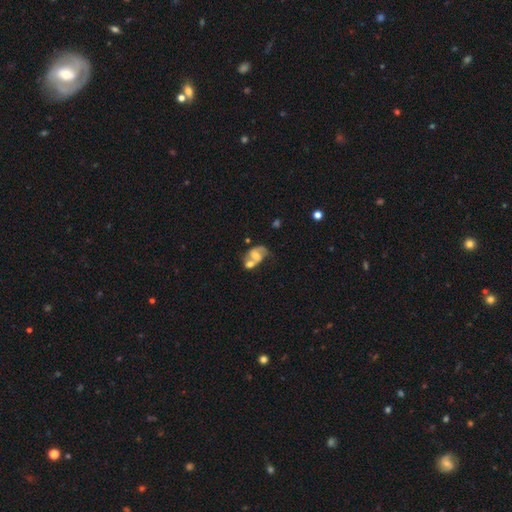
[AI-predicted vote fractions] featured or disk 65%, smooth 26%, star or artifact 8%. Down the decision tree: edge-on disk — no (97%); bar — no (50%); spiral arms — yes (80%); spiral arm count — 2 (73%); spiral winding — medium (45%); bulge size — moderate (46%); merging — merger (53%).